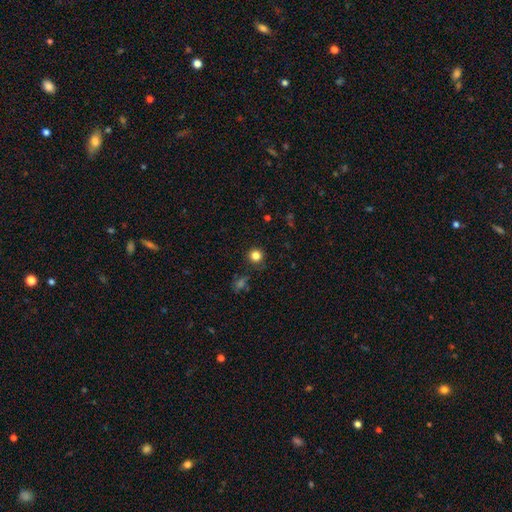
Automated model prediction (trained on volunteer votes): smooth_or_featured: smooth (p=0.83) [alt: star or artifact p=0.13]
how_rounded: round (p=0.93) [alt: in between p=0.06]
merging: none (p=0.88) [alt: minor disturbance p=0.08]